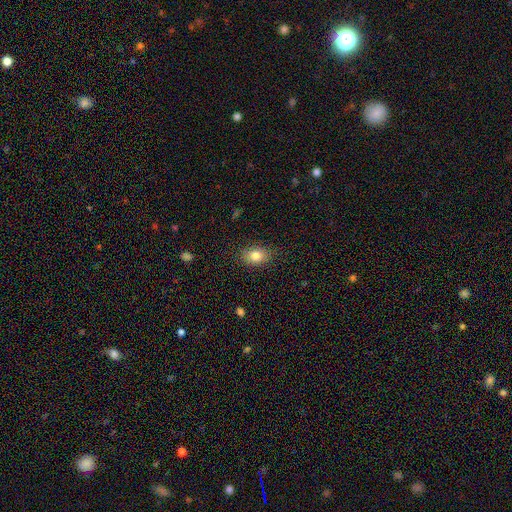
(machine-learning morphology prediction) Overall: smooth (82%). How rounded: in between (76%). Merging: none (85%).